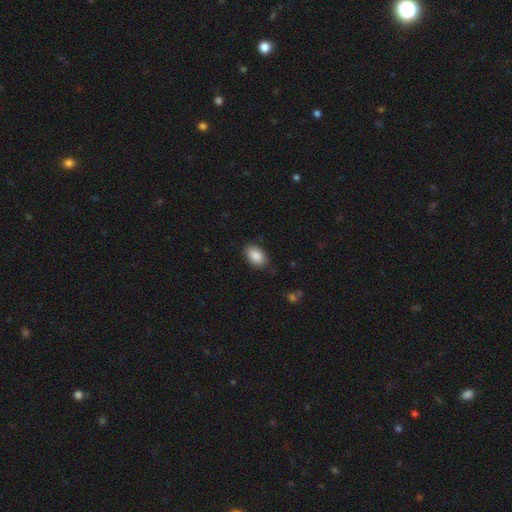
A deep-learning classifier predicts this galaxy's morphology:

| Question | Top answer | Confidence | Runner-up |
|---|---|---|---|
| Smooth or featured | smooth | 88% | star or artifact (7%) |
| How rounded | in between | 93% | round (6%) |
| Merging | none | 85% | minor disturbance (12%) |